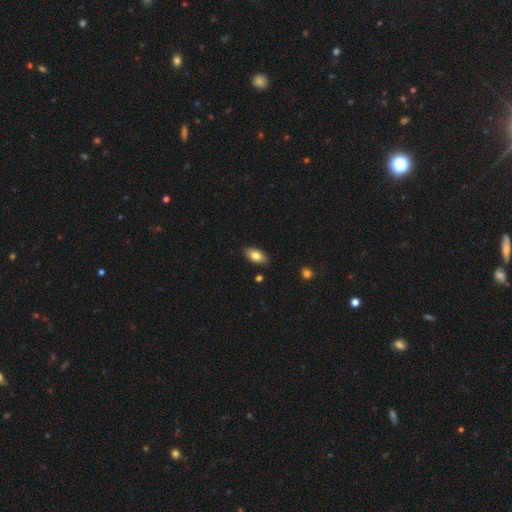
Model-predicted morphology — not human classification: The model was most divided on "smooth or featured": smooth: 80%, featured or disk: 13%, star or artifact: 7%. More confident: how rounded — in between (91%); merging — none (87%).